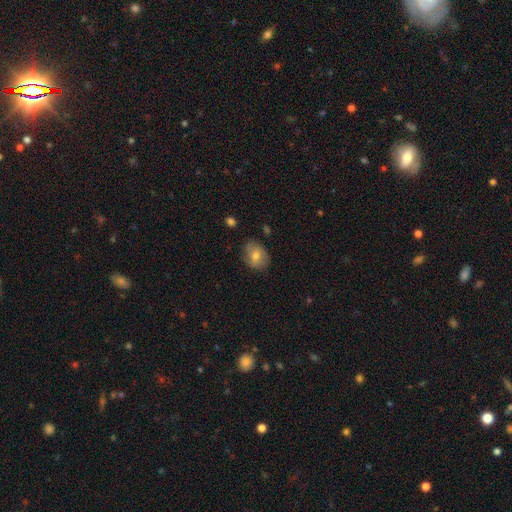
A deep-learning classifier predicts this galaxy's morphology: Smooth or featured? smooth (58%)
How rounded? in between (54%)
Merging? none (74%)